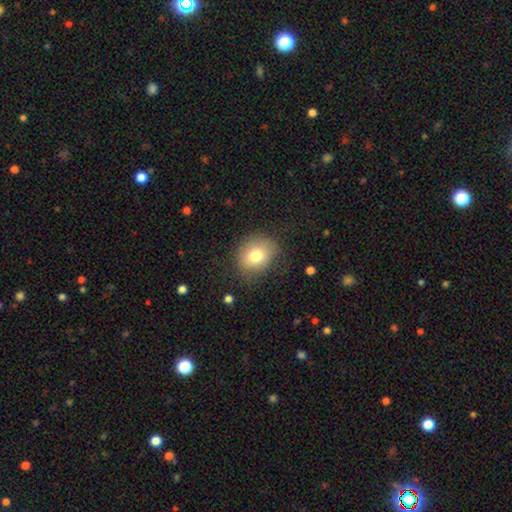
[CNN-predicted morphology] Smooth or featured?
  - smooth: 77% *
  - featured or disk: 12%
  - star or artifact: 11%
How rounded?
  - round: 71% *
  - in between: 28%
  - cigar-shaped: 1%
Merging?
  - none: 78% *
  - minor disturbance: 15%
  - major disturbance: 6%
  - merger: 1%